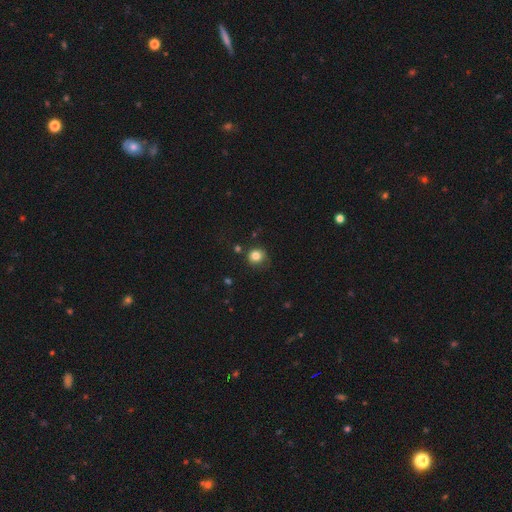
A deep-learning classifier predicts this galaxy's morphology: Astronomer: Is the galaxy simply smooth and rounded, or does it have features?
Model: smooth — 82%.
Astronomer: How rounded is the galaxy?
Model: round — 89%.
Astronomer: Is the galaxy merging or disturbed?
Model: none — 77%.